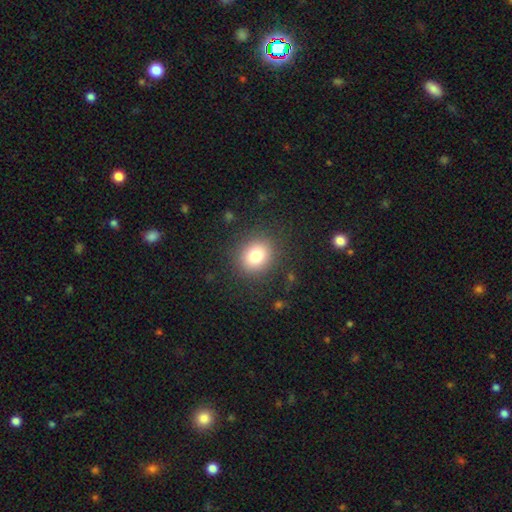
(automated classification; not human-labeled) smooth 78%, star or artifact 12%, featured or disk 9%. Down the decision tree: how rounded — round (76%); merging — none (87%).